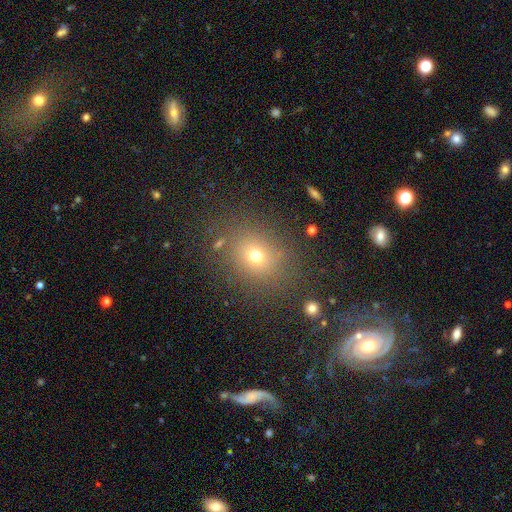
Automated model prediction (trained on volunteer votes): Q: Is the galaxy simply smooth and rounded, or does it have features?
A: smooth — 69%.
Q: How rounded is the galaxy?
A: round — 64%.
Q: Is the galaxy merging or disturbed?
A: none — 80%.